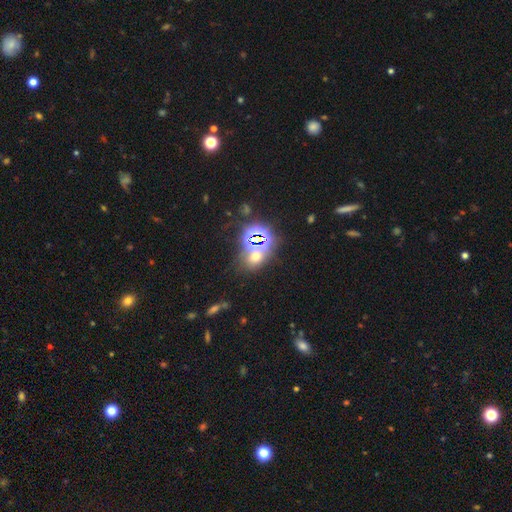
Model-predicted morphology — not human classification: Smooth or featured? star or artifact (52%)